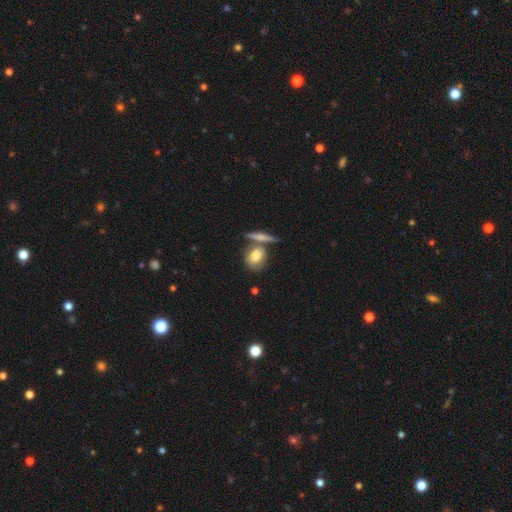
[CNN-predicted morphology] This appears to be a smooth galaxy with no disk features (72%) that is in between round and cigar-shaped (50%). Merging: none (52%).